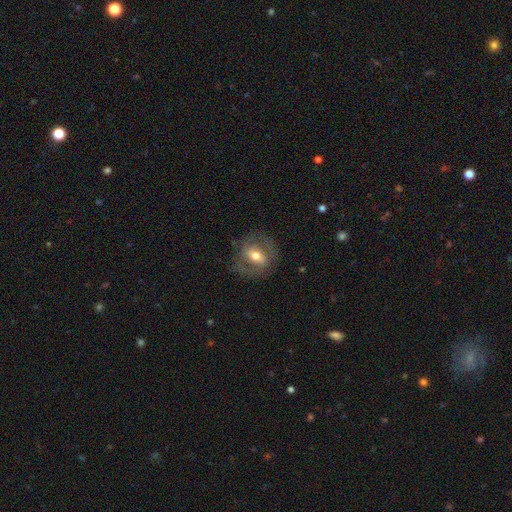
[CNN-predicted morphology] Smooth or featured? featured or disk (59%)
Edge-on disk? no (93%)
Bar? weak (39%)
Spiral arms? yes (60%)
Bulge size? moderate (71%)
Merging? none (73%)